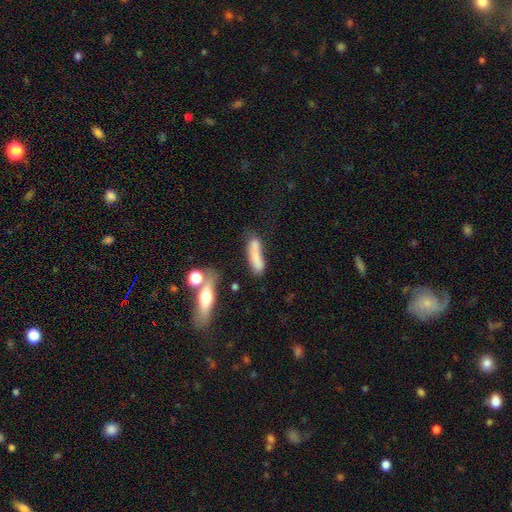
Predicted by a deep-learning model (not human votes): A smooth galaxy with no disk features (72%) that is cigar-shaped (72%).

Vote fractions:
- Smooth or featured? smooth: 72% / featured or disk: 18% / star or artifact: 10%
- How rounded? cigar-shaped: 72% / in between: 25% / round: 3%
- Merging? none: 48% / minor disturbance: 23% / merger: 18% / major disturbance: 12%